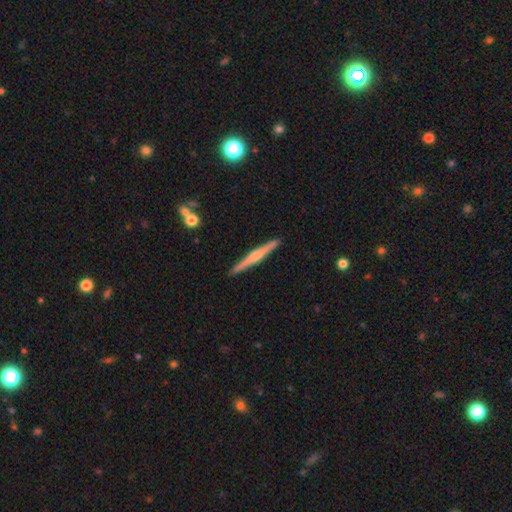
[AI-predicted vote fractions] Q: Smooth or featured?
A: featured or disk (66%); runner-up: smooth (29%)
Q: Edge-on disk?
A: yes (98%); runner-up: no (2%)
Q: Edge-on bulge?
A: rounded (68%); runner-up: none (17%)
Q: Merging?
A: none (92%); runner-up: minor disturbance (6%)